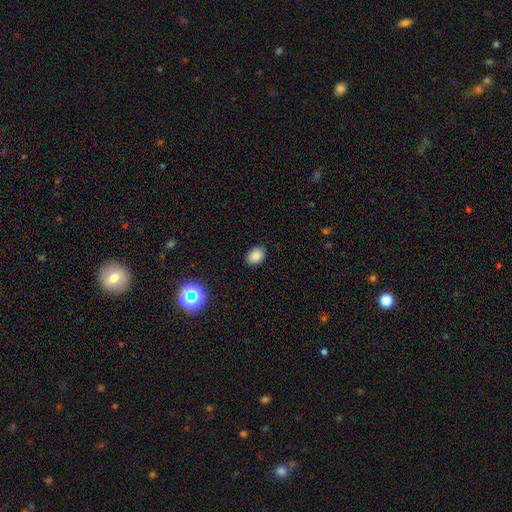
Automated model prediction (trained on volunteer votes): A smooth galaxy with no disk features (85%) that is in between round and cigar-shaped (68%). Merging: none (86%).